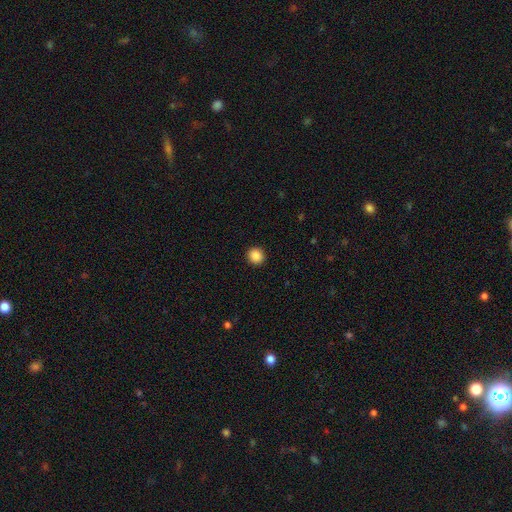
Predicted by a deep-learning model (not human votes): Smooth or featured?
  - smooth: 88% *
  - star or artifact: 9%
  - featured or disk: 3%
How rounded?
  - round: 91% *
  - in between: 8%
  - cigar-shaped: 1%
Merging?
  - none: 93% *
  - minor disturbance: 4%
  - major disturbance: 2%
  - merger: 1%